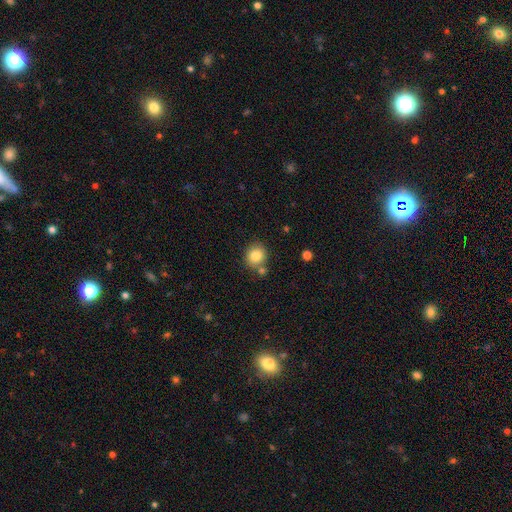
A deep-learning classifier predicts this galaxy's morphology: smooth-or-featured: smooth: 84% | star or artifact: 9% | featured or disk: 7%
  how-rounded: round: 81% | in between: 18% | cigar-shaped: 1%
  merging: none: 72% | merger: 14% | minor disturbance: 11% | major disturbance: 3%